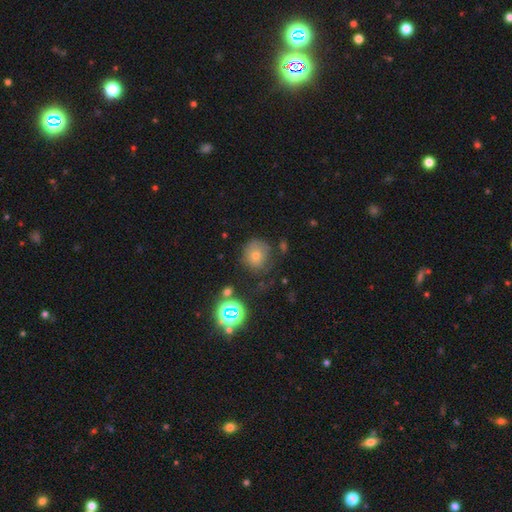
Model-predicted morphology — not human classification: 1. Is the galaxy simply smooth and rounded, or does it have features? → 60% smooth, 22% star or artifact, 18% featured or disk.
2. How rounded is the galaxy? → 84% round, 15% in between, 1% cigar-shaped.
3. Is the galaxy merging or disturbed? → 64% none, 21% minor disturbance, 10% major disturbance, 5% merger.